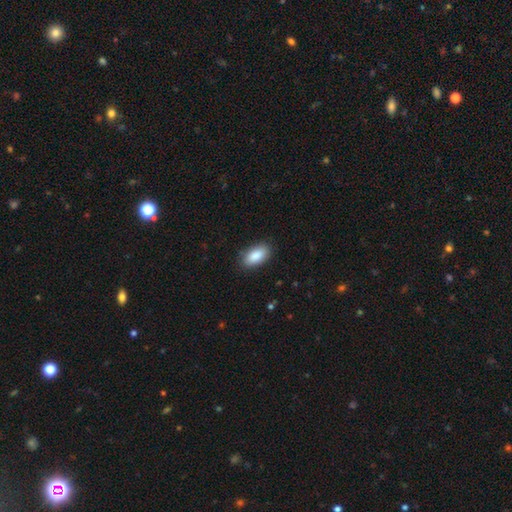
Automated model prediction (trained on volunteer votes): Smooth or featured? Predicted: smooth (p=0.89). How rounded? Predicted: in between (p=0.93). Merging? Predicted: none (p=0.86).